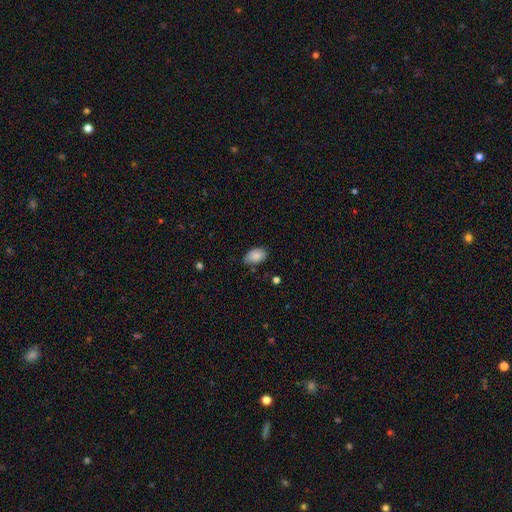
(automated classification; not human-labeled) Morphology: type=smooth (87%); roundness=in between (90%); merging=none (77%).